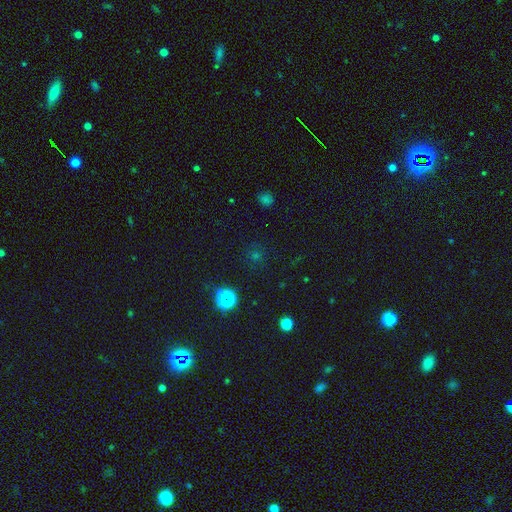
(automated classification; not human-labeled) A star or artifact, not a galaxy (49%).